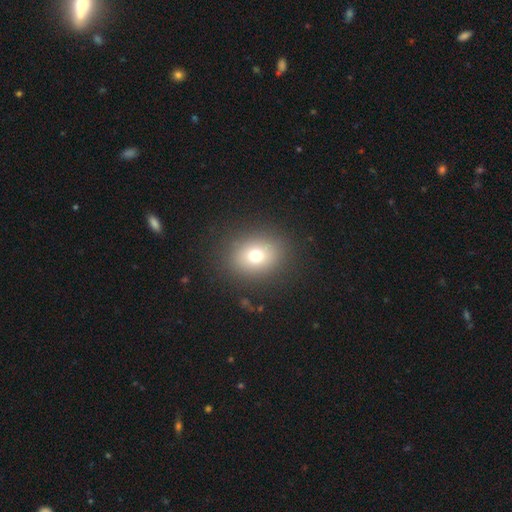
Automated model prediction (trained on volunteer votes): Smooth or featured? Predicted: smooth (p=0.73). How rounded? Predicted: round (p=0.58). Merging? Predicted: none (p=0.87).